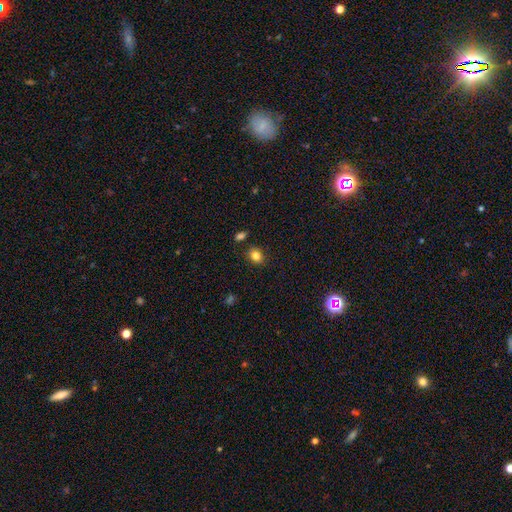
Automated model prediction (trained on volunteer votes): Smooth or featured? Predicted: smooth (p=0.82). How rounded? Predicted: round (p=0.55). Merging? Predicted: none (p=0.84).